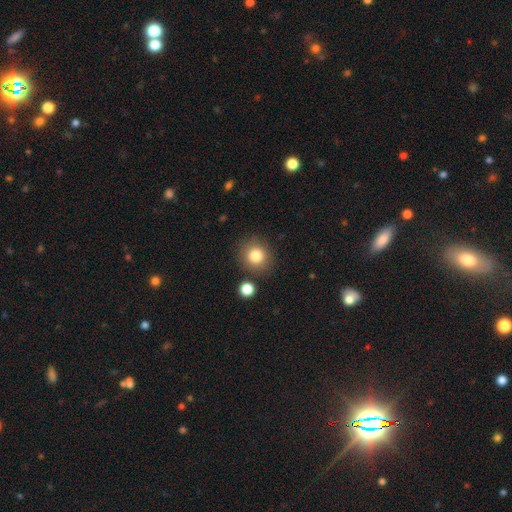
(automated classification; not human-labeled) Q: Smooth or featured?
A: smooth (82%); runner-up: star or artifact (11%)
Q: How rounded?
A: round (87%); runner-up: in between (12%)
Q: Merging?
A: none (84%); runner-up: minor disturbance (9%)